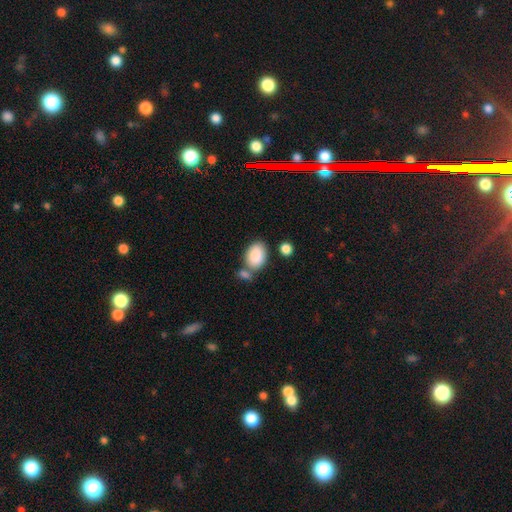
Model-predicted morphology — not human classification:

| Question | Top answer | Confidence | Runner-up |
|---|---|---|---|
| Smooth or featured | smooth | 87% | star or artifact (7%) |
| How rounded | in between | 83% | round (16%) |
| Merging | none | 59% | merger (22%) |